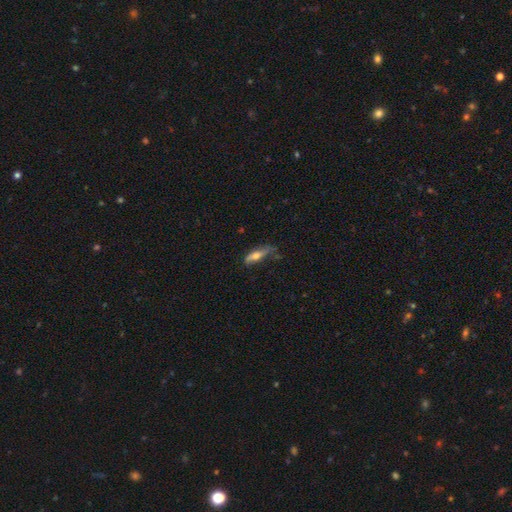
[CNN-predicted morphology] type=smooth (59%); roundness=cigar-shaped (54%); merging=none (46%).